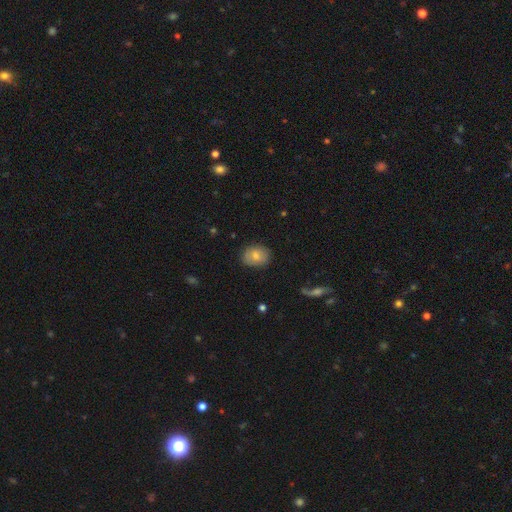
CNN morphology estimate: smooth_or_featured: smooth (p=0.73) [alt: featured or disk p=0.19]
how_rounded: in between (p=0.60) [alt: round p=0.39]
merging: none (p=0.82) [alt: minor disturbance p=0.14]